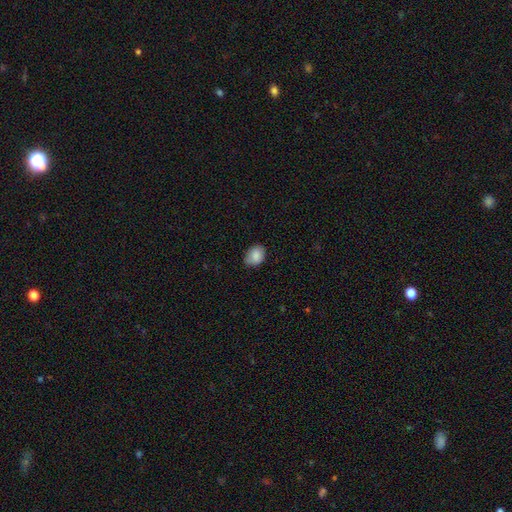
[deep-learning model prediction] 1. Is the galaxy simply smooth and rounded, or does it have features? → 86% smooth, 8% star or artifact, 6% featured or disk.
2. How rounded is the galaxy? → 65% in between, 34% round, 1% cigar-shaped.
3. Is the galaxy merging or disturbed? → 70% none, 25% minor disturbance, 4% major disturbance, 1% merger.